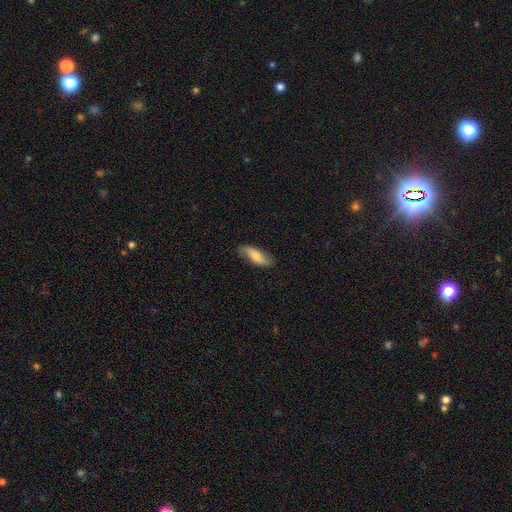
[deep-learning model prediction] This appears to be a smooth galaxy with no disk features (62%) that is in between round and cigar-shaped (63%). Merging: none (80%).